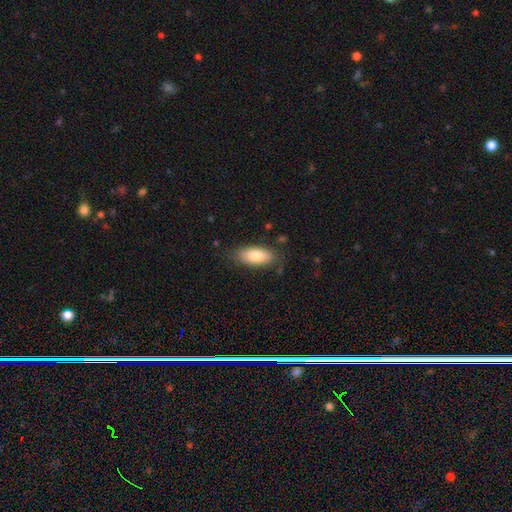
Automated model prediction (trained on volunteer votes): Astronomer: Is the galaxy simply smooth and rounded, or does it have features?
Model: smooth — 80%.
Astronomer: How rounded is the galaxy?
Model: in between — 87%.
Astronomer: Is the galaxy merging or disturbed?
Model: none — 80%.